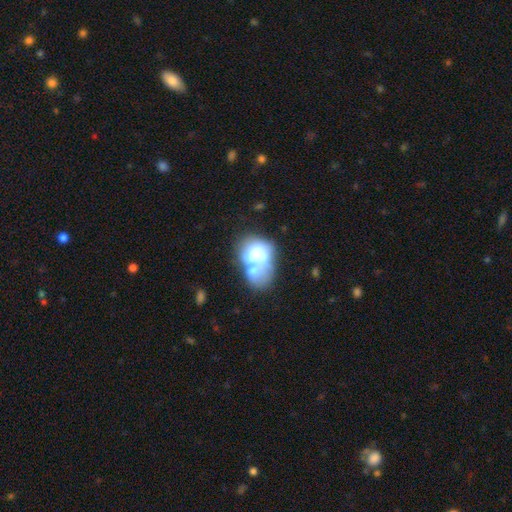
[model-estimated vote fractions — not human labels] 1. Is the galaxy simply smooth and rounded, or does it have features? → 54% smooth, 38% featured or disk, 8% star or artifact.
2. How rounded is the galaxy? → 67% in between, 32% round, 1% cigar-shaped.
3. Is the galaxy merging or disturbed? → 67% merger, 14% major disturbance, 12% none, 8% minor disturbance.